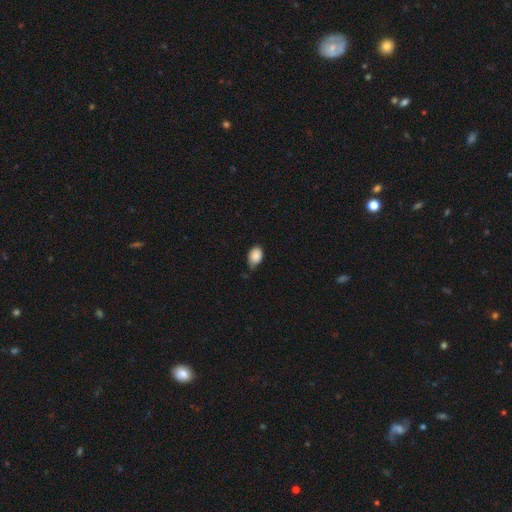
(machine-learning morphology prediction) Smooth or featured?
  - smooth: 87% *
  - star or artifact: 8%
  - featured or disk: 5%
How rounded?
  - in between: 77% *
  - round: 22%
  - cigar-shaped: 1%
Merging?
  - none: 49% *
  - minor disturbance: 41%
  - major disturbance: 6%
  - merger: 3%